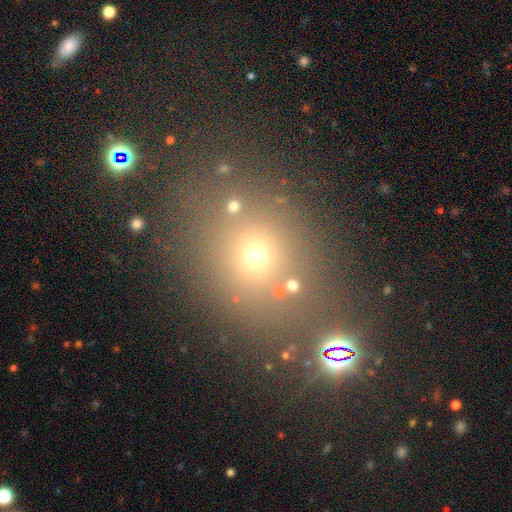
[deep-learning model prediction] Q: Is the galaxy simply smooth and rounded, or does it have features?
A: smooth — 63%.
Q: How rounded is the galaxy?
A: round — 68%.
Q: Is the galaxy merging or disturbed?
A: none — 68%.